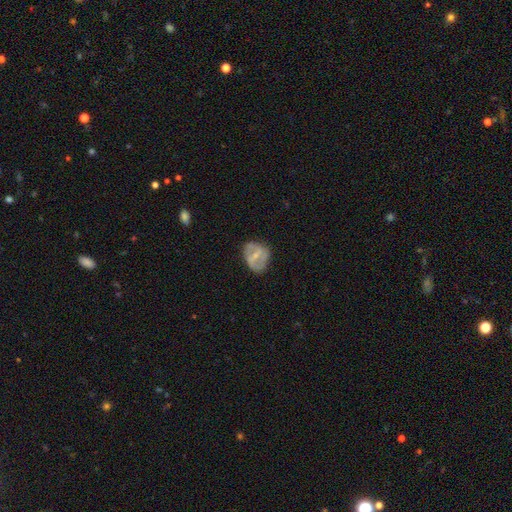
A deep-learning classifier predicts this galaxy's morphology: Q: Smooth or featured?
A: featured or disk (56%); runner-up: smooth (38%)
Q: Edge-on disk?
A: no (95%); runner-up: yes (5%)
Q: Bar?
A: weak (43%); runner-up: strong (35%)
Q: Spiral arms?
A: no (56%); runner-up: yes (44%)
Q: Bulge size?
A: small (54%); runner-up: moderate (37%)
Q: Merging?
A: none (62%); runner-up: minor disturbance (25%)